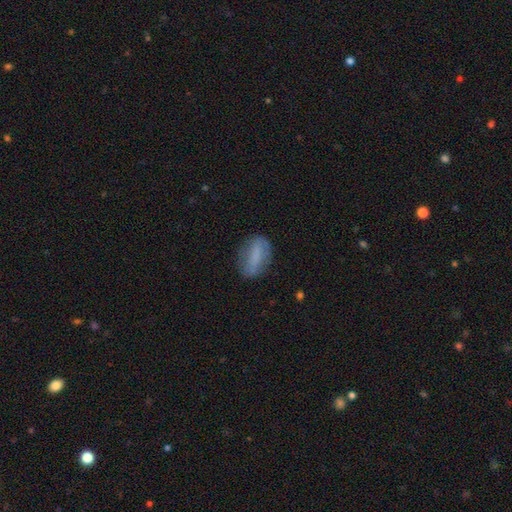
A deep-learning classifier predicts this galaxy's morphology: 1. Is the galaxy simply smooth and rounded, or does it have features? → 62% smooth, 29% featured or disk, 9% star or artifact.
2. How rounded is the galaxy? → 78% in between, 16% cigar-shaped, 7% round.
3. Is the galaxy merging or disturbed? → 74% none, 18% minor disturbance, 6% major disturbance, 1% merger.